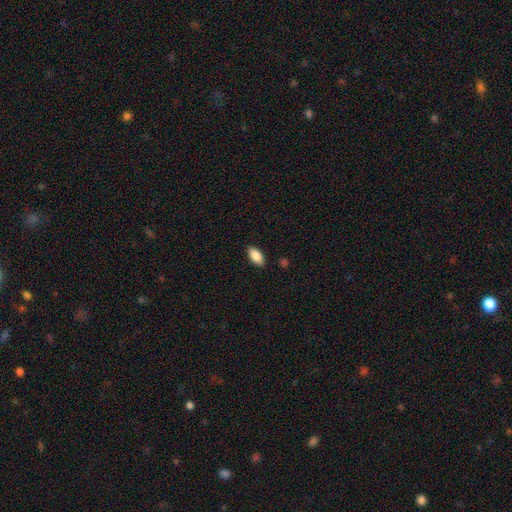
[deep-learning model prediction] A smooth galaxy with no disk features (88%) that is in between round and cigar-shaped (91%). Merging: none (88%).